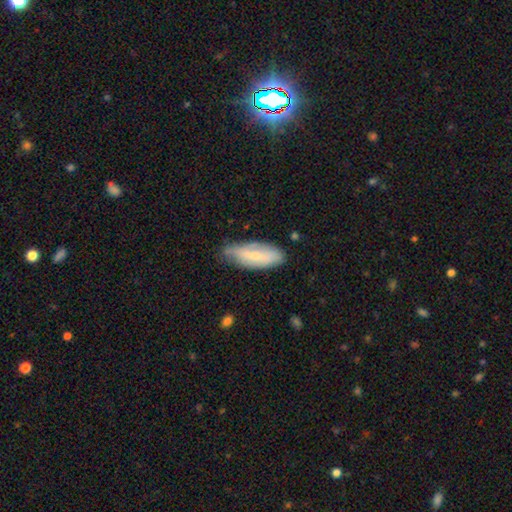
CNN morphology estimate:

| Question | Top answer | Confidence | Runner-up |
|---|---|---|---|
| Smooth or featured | smooth | 56% | featured or disk (38%) |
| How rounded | in between | 71% | cigar-shaped (27%) |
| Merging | none | 61% | minor disturbance (31%) |